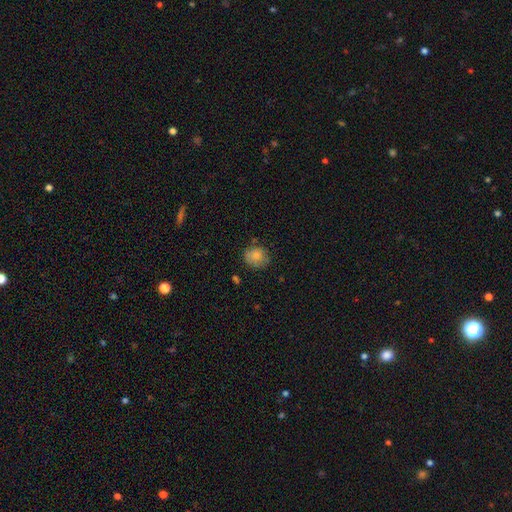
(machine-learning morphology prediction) Smooth or featured? smooth (79%)
How rounded? round (73%)
Merging? none (74%)